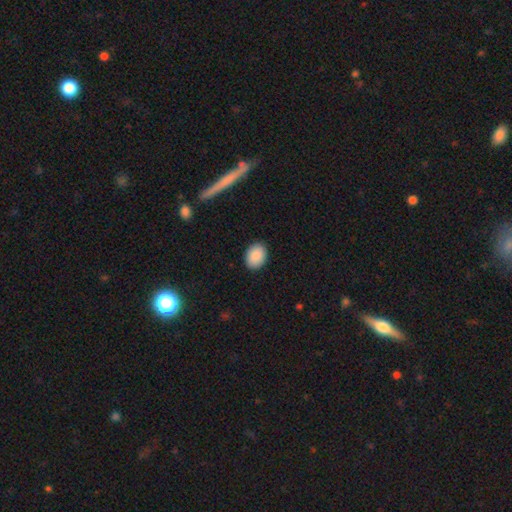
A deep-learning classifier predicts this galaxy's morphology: Q: Smooth or featured?
A: smooth (90%); runner-up: star or artifact (7%)
Q: How rounded?
A: in between (70%); runner-up: round (29%)
Q: Merging?
A: none (89%); runner-up: minor disturbance (8%)